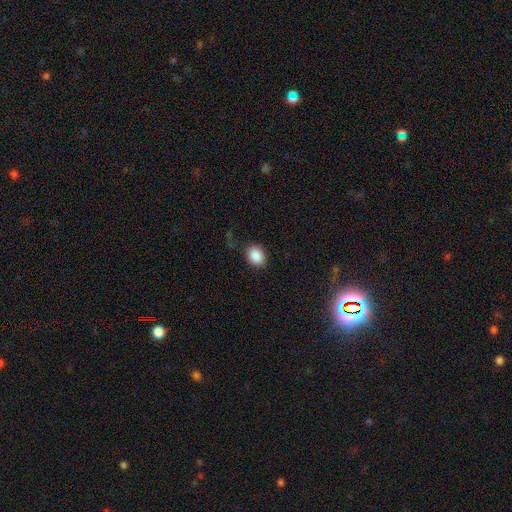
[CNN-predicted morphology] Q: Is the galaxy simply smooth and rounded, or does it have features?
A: smooth — 88%.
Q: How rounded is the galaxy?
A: round — 52%.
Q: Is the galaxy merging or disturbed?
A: none — 80%.